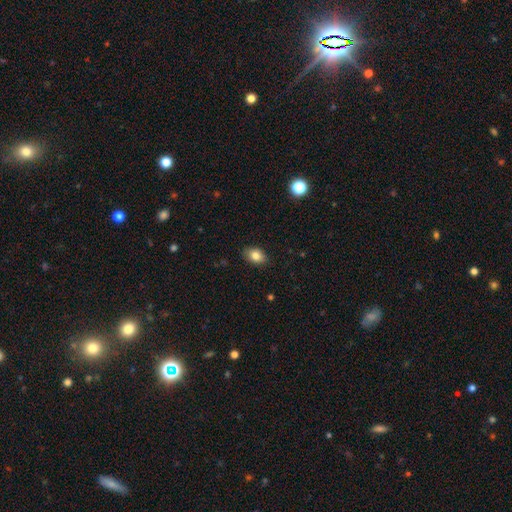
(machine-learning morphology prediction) The model was most divided on "how rounded": in between: 80%, round: 18%, cigar-shaped: 1%. More confident: merging — none (87%); smooth or featured — smooth (83%).